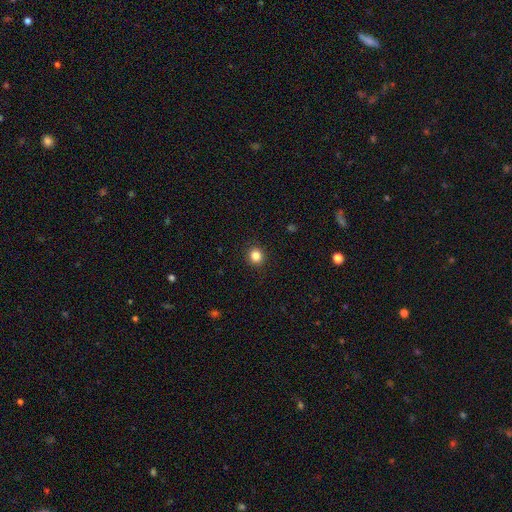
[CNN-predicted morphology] Smooth or featured?
  - smooth: 84% *
  - star or artifact: 11%
  - featured or disk: 5%
How rounded?
  - round: 89% *
  - in between: 10%
  - cigar-shaped: 1%
Merging?
  - none: 92% *
  - minor disturbance: 5%
  - major disturbance: 2%
  - merger: 1%